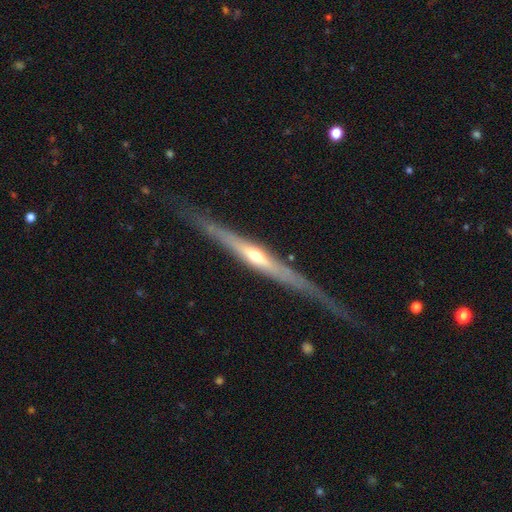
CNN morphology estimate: Q: Smooth or featured?
A: featured or disk (77%); runner-up: smooth (18%)
Q: Edge-on disk?
A: yes (96%); runner-up: no (4%)
Q: Edge-on bulge?
A: rounded (81%); runner-up: none (13%)
Q: Merging?
A: none (78%); runner-up: minor disturbance (15%)